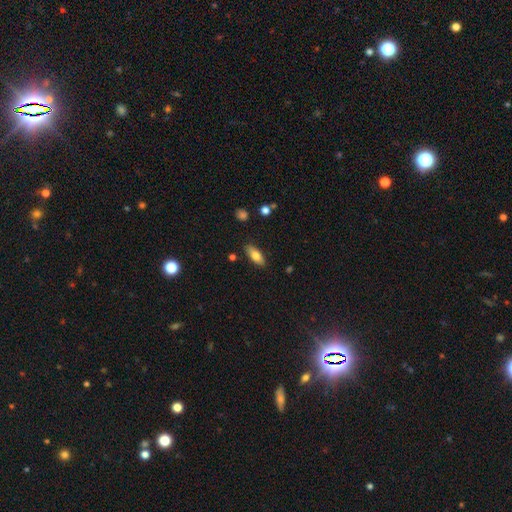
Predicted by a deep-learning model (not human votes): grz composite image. It shows a smooth galaxy with no disk features (75%) that is in between round and cigar-shaped (79%). Merging: none (84%).